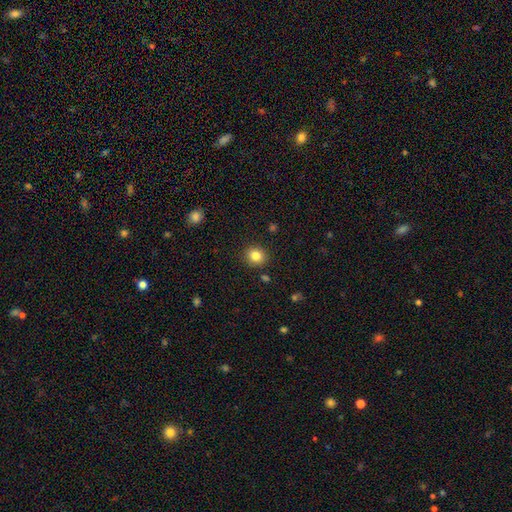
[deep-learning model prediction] The model was most divided on "how rounded": round: 82%, in between: 17%, cigar-shaped: 1%. More confident: merging — none (90%); smooth or featured — smooth (83%).